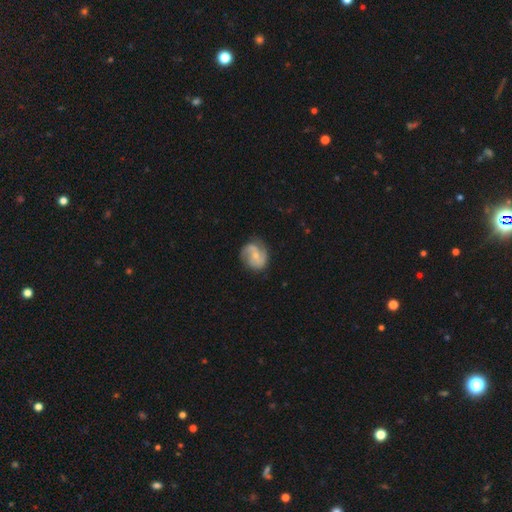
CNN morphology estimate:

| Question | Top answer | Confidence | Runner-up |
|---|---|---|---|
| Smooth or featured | featured or disk | 75% | smooth (20%) |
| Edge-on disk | no | 98% | yes (2%) |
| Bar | no | 47% | weak (42%) |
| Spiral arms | yes | 94% | no (6%) |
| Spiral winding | medium | 48% | loose (28%) |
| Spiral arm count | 2 | 80% | can't tell (8%) |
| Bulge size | small | 58% | moderate (36%) |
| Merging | none | 73% | minor disturbance (19%) |